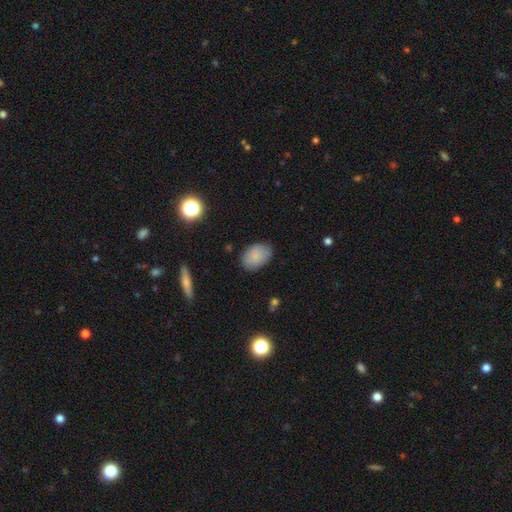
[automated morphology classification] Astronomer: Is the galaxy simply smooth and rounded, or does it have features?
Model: smooth — 82%.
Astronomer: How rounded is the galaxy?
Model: in between — 84%.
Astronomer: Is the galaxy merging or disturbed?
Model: none — 81%.